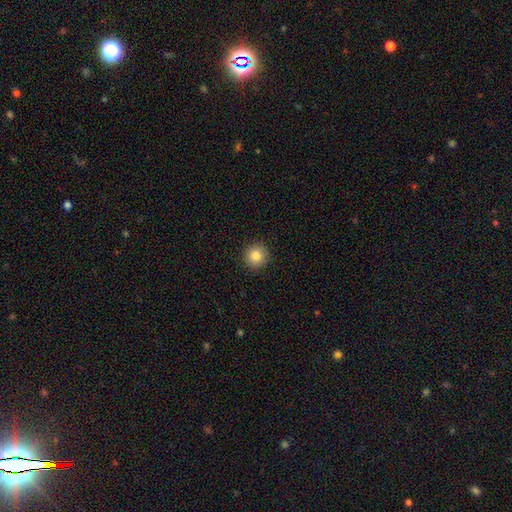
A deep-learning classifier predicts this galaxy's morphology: type=smooth (85%); roundness=round (94%); merging=none (92%).